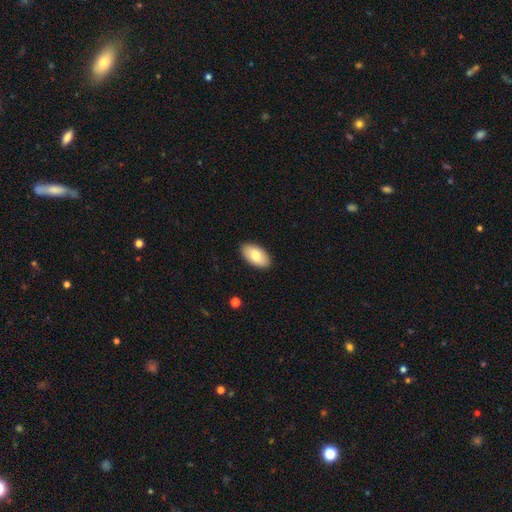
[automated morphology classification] smooth 78%, featured or disk 17%, star or artifact 6%. Down the decision tree: how rounded — in between (95%); merging — none (90%).